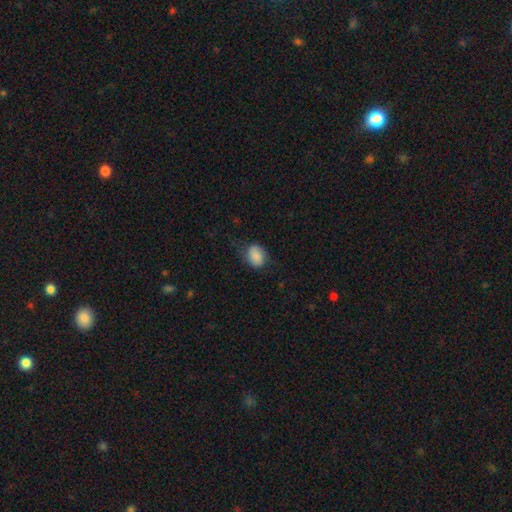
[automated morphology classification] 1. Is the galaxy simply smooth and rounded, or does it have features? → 80% smooth, 12% featured or disk, 8% star or artifact.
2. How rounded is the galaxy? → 63% in between, 36% round, 1% cigar-shaped.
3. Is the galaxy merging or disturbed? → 65% none, 24% minor disturbance, 9% major disturbance, 1% merger.